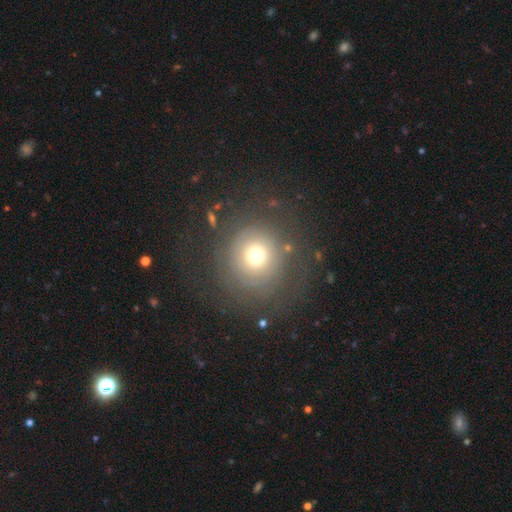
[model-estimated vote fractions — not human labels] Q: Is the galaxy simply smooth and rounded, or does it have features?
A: smooth — 58%.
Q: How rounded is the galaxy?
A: round — 91%.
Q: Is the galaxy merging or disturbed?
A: none — 74%.